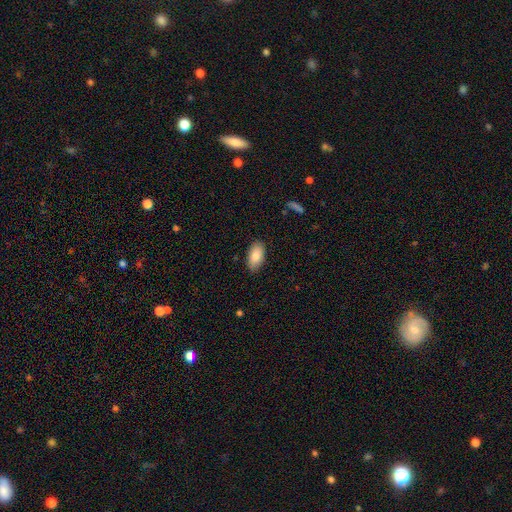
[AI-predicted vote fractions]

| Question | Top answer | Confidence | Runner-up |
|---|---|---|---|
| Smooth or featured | smooth | 86% | featured or disk (8%) |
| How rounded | in between | 94% | cigar-shaped (4%) |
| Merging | none | 86% | minor disturbance (11%) |